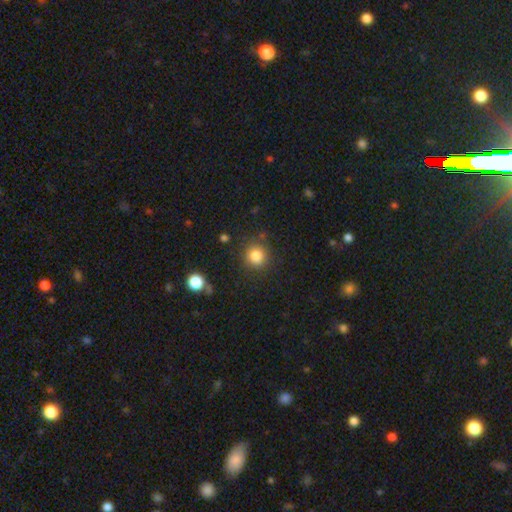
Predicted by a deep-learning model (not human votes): Smooth or featured? Predicted: smooth (p=0.83). How rounded? Predicted: round (p=0.90). Merging? Predicted: none (p=0.84).